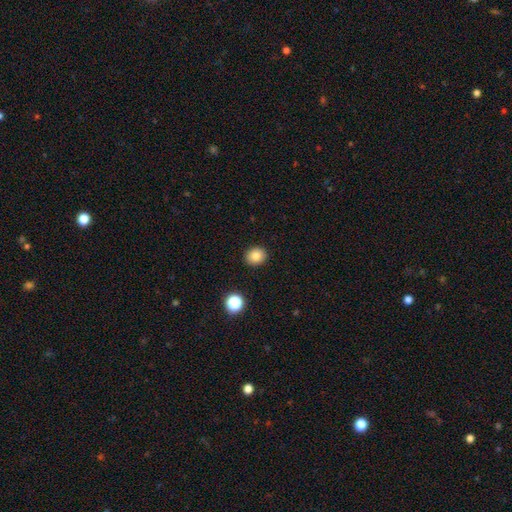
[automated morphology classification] This appears to be a smooth galaxy with no disk features (83%) that is round (73%). Merging: none (91%).